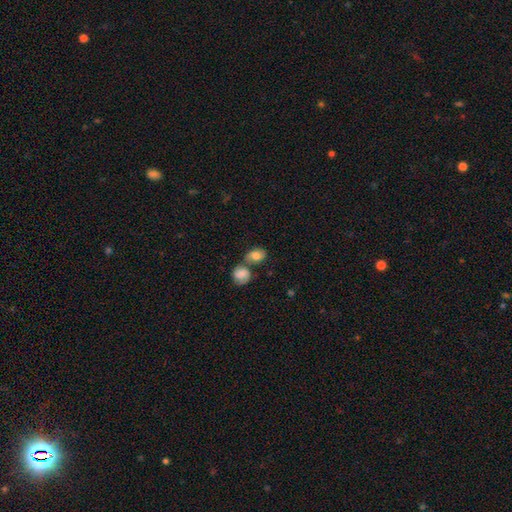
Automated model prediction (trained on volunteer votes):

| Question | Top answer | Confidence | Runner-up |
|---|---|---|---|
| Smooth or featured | smooth | 71% | featured or disk (21%) |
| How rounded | in between | 67% | round (31%) |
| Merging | merger | 49% | none (34%) |